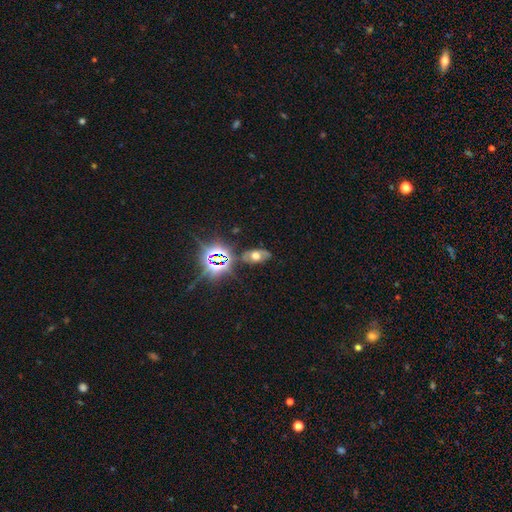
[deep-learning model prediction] This appears to be a smooth galaxy with no disk features (41%). Merging: none (74%).